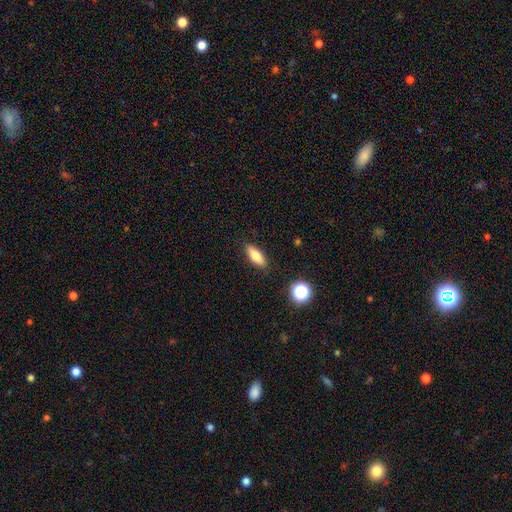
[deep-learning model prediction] A smooth galaxy with no disk features (72%) that is in between round and cigar-shaped (63%). Merging: none (88%).